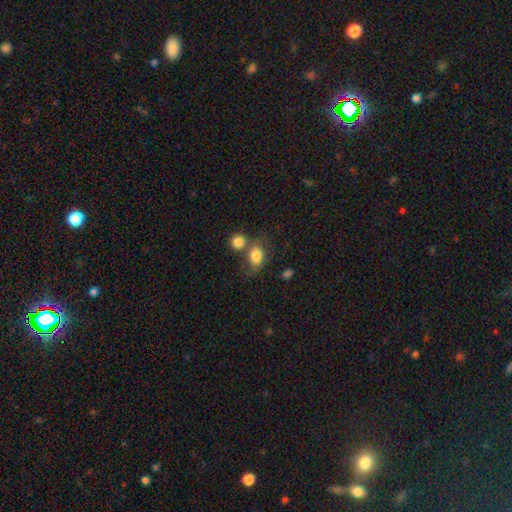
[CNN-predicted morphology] Smooth or featured? Predicted: smooth (p=0.76). How rounded? Predicted: in between (p=0.71). Merging? Predicted: merger (p=0.38).